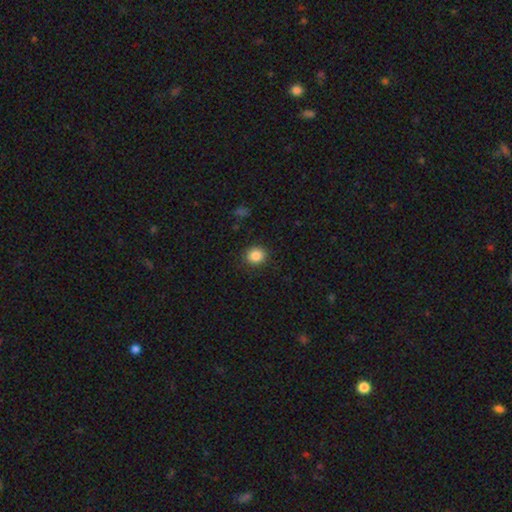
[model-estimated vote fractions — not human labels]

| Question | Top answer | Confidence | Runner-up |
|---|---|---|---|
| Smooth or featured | smooth | 86% | star or artifact (10%) |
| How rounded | round | 82% | in between (17%) |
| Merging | none | 89% | minor disturbance (8%) |